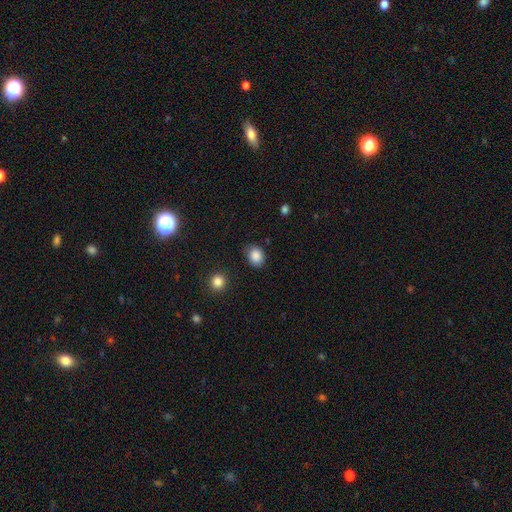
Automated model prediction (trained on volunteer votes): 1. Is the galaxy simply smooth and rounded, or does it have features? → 87% smooth, 9% star or artifact, 4% featured or disk.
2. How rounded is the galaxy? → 51% in between, 48% round, 1% cigar-shaped.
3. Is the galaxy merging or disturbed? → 80% none, 15% minor disturbance, 3% major disturbance, 2% merger.